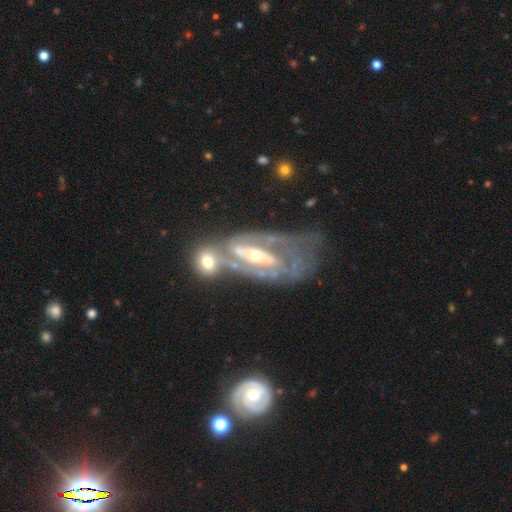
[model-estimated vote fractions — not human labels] Q: Smooth or featured?
A: featured or disk (84%); runner-up: smooth (9%)
Q: Edge-on disk?
A: no (92%); runner-up: yes (8%)
Q: Bar?
A: strong (38%); runner-up: weak (35%)
Q: Spiral arms?
A: yes (82%); runner-up: no (18%)
Q: Spiral winding?
A: tight (49%); runner-up: medium (36%)
Q: Spiral arm count?
A: 2 (51%); runner-up: can't tell (32%)
Q: Bulge size?
A: moderate (54%); runner-up: small (40%)
Q: Merging?
A: merger (40%); runner-up: none (25%)